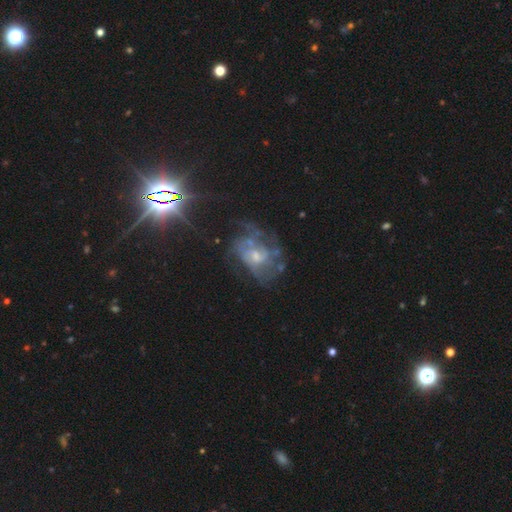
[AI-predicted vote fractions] Smooth or featured: featured or disk — 65% (star or artifact — 22%)
Edge-on disk: no — 96% (yes — 4%)
Bar: no — 73% (weak — 22%)
Spiral arms: yes — 68% (no — 32%)
Bulge size: small — 51% (moderate — 37%)
Merging: none — 53% (major disturbance — 24%)